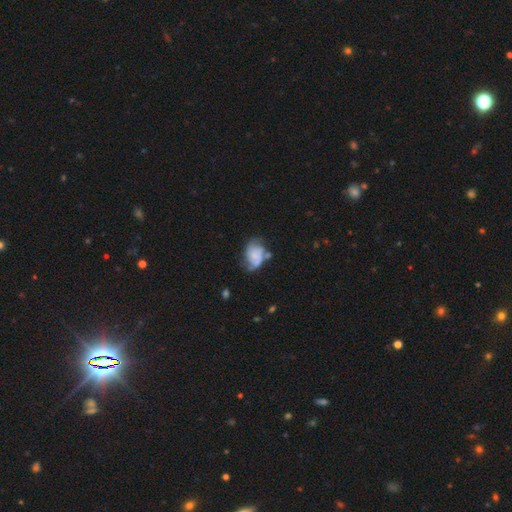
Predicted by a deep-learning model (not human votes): smooth 48%, featured or disk 43%, star or artifact 9%. Down the decision tree: merging — none (37%).